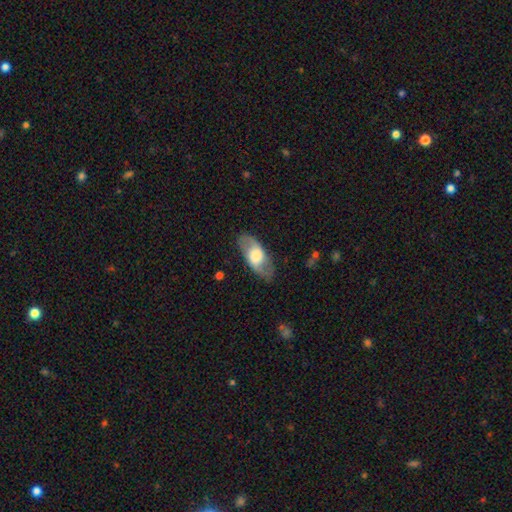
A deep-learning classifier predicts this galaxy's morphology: Overall: featured or disk (56%; smooth 38%). Edge-on disk: no (82%). Merging: none (82%).